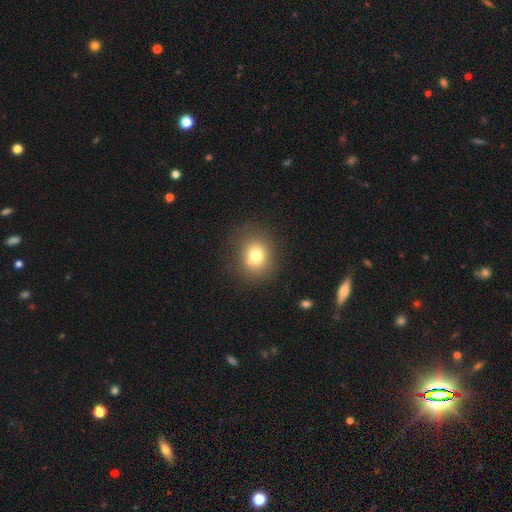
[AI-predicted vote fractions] Smooth or featured: smooth — 74% (star or artifact — 14%)
How rounded: round — 71% (in between — 28%)
Merging: none — 71% (minor disturbance — 14%)